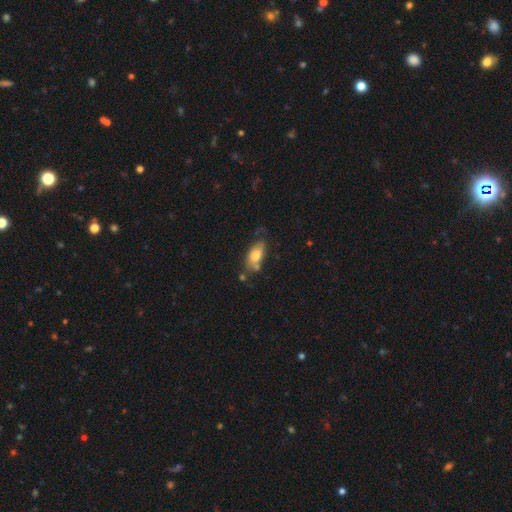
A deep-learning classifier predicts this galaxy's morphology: This is likely a smooth galaxy (73%). How rounded: clearly in between (87%). Merging: possibly none (57%).